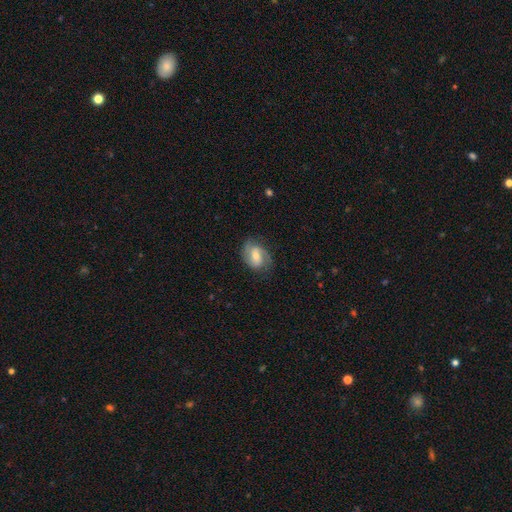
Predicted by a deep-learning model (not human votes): smooth_or_featured: featured or disk (p=0.60) [alt: smooth p=0.33]
disk_edge_on: no (p=0.96) [alt: yes p=0.04]
bar: weak (p=0.47) [alt: no p=0.34]
has_spiral_arms: yes (p=0.87) [alt: no p=0.13]
bulge_size: moderate (p=0.52) [alt: small p=0.40]
merging: none (p=0.69) [alt: minor disturbance p=0.21]